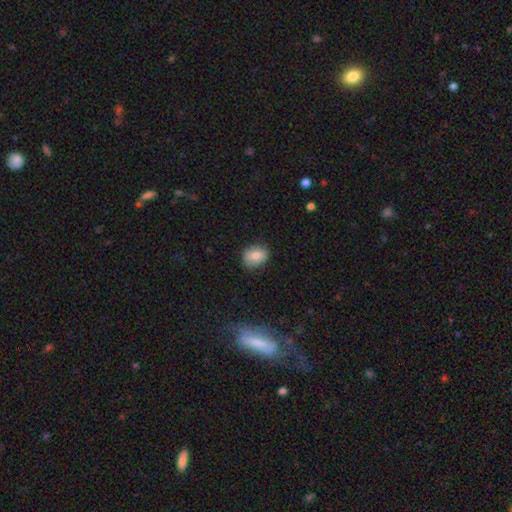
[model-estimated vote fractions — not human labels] Overall: smooth (76%). How rounded: round (58%; in between 41%). Merging: none (84%).